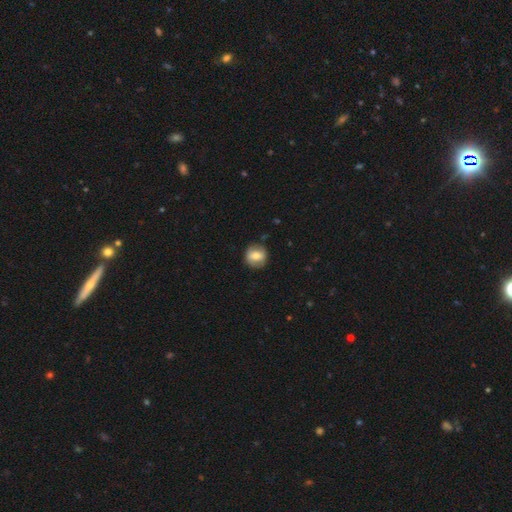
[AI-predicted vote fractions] A smooth galaxy with no disk features (67%) that is round (83%). Merging: none (84%).